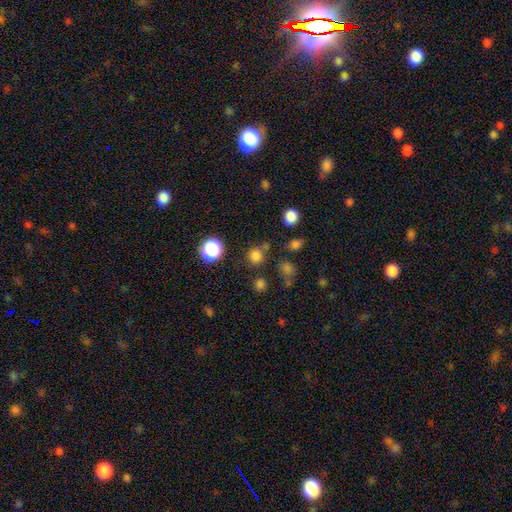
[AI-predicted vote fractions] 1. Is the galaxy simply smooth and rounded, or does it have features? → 74% smooth, 21% star or artifact, 5% featured or disk.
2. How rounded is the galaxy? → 87% round, 12% in between, 1% cigar-shaped.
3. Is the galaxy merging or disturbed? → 72% none, 13% minor disturbance, 9% merger, 5% major disturbance.